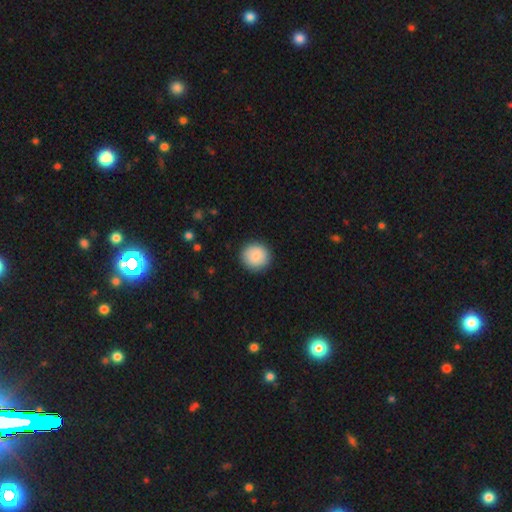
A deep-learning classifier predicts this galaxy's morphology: smooth_or_featured: smooth (p=0.87) [alt: star or artifact p=0.07]
how_rounded: round (p=0.93) [alt: in between p=0.06]
merging: none (p=0.91) [alt: minor disturbance p=0.06]